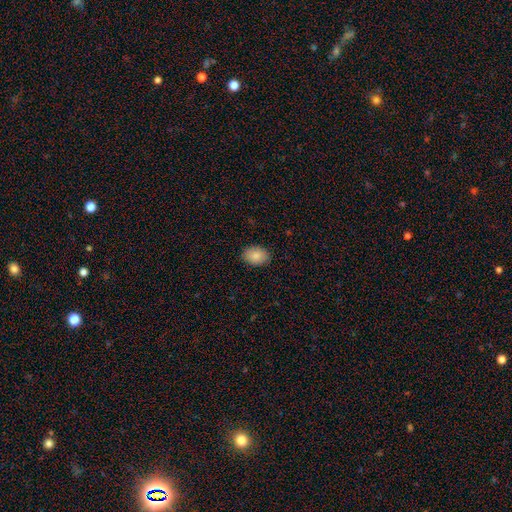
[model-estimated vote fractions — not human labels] Overall: smooth (88%). How rounded: in between (77%). Merging: none (89%).